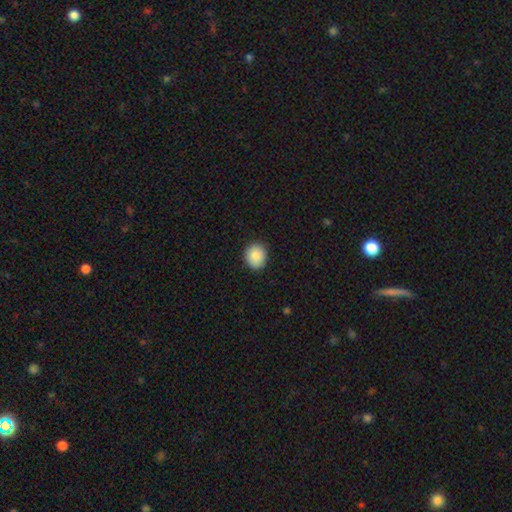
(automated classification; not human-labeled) smooth 87%, star or artifact 8%, featured or disk 5%. Down the decision tree: how rounded — round (74%); merging — none (89%).